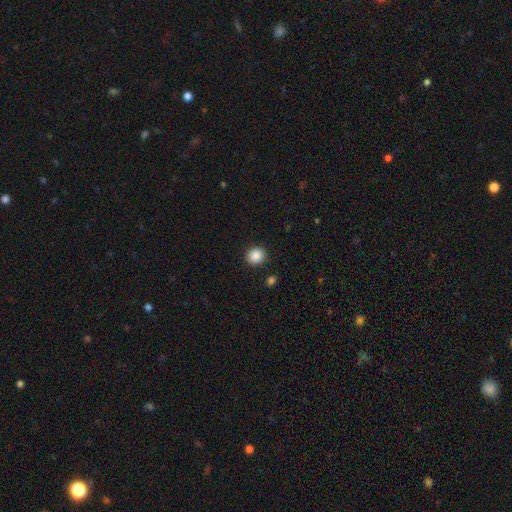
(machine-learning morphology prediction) A smooth galaxy with no disk features (87%) that is round (86%). Merging: none (91%).